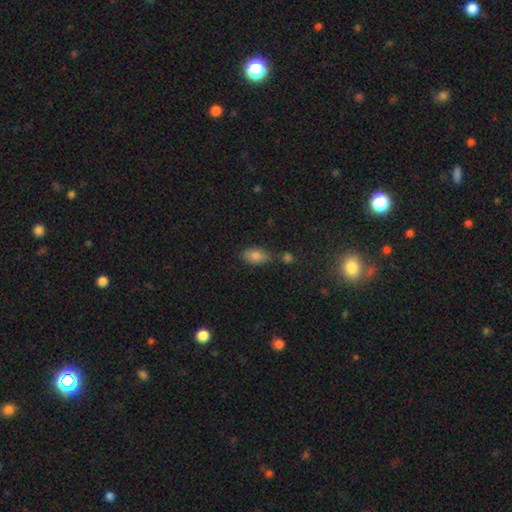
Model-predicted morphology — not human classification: This appears to be a smooth galaxy with no disk features (80%) that is in between round and cigar-shaped (90%). Merging: none (68%).